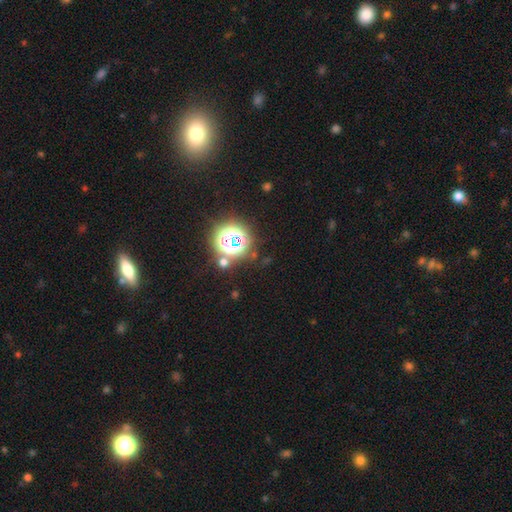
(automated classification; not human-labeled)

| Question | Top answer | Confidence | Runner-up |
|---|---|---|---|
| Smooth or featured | star or artifact | 76% | smooth (16%) |